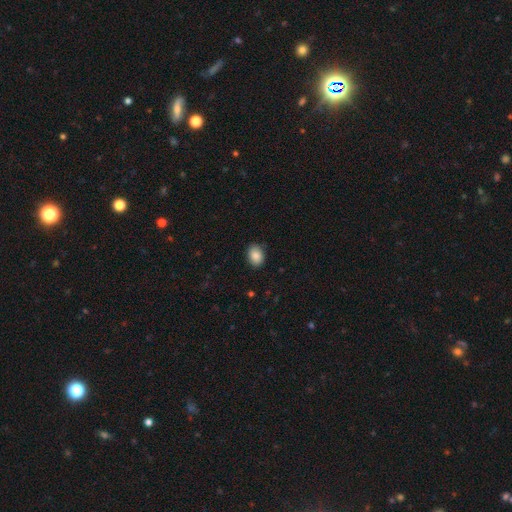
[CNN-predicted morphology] smooth_or_featured: smooth (p=0.88) [alt: star or artifact p=0.07]
how_rounded: in between (p=0.71) [alt: round p=0.28]
merging: none (p=0.87) [alt: minor disturbance p=0.10]